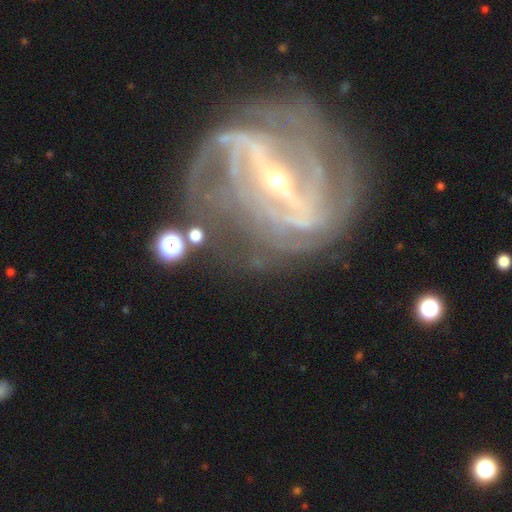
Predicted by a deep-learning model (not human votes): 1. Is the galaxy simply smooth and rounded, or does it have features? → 91% featured or disk, 6% star or artifact, 3% smooth.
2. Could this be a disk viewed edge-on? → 95% no, 5% yes.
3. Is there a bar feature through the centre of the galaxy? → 79% strong, 15% weak, 6% no.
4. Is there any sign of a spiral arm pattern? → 95% yes, 5% no.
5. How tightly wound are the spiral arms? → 49% tight, 37% medium, 14% loose.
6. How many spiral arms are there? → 29% 2, 23% can't tell, 16% 3, 15% 4, 10% more than 4, 7% 1.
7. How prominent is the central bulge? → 78% small, 18% moderate, 2% large, 1% none, 1% dominant.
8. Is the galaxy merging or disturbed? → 64% none, 18% minor disturbance, 15% major disturbance, 4% merger.